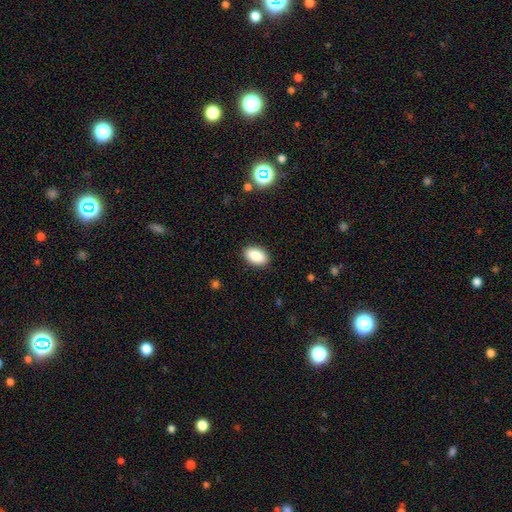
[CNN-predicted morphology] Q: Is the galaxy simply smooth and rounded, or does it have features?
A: smooth — 87%.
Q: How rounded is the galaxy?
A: in between — 92%.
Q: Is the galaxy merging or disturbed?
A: none — 89%.